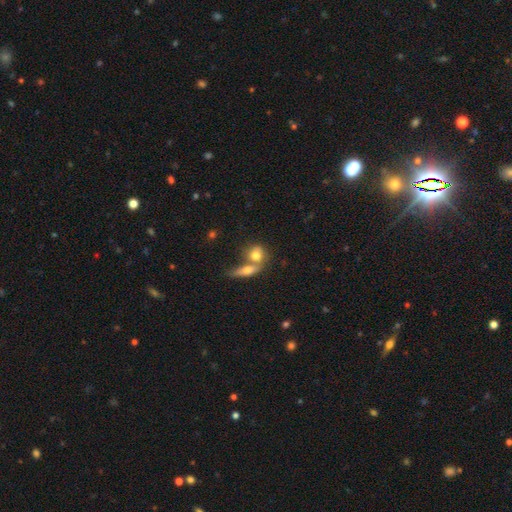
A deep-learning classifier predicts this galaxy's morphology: This is likely a smooth galaxy (72%). How rounded: possibly round (50%). Merging: possibly merger (57%).